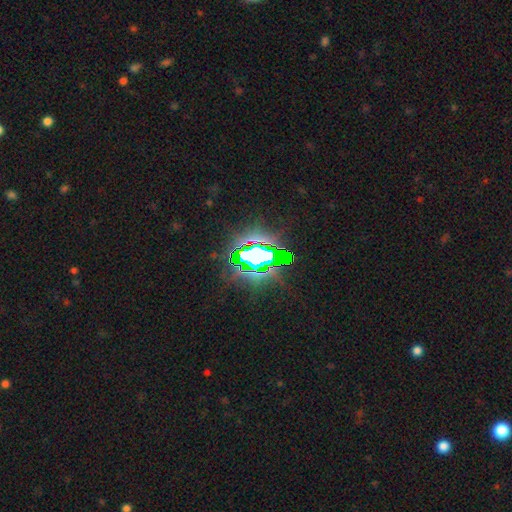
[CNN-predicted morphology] Smooth or featured? Predicted: star or artifact (p=0.74).